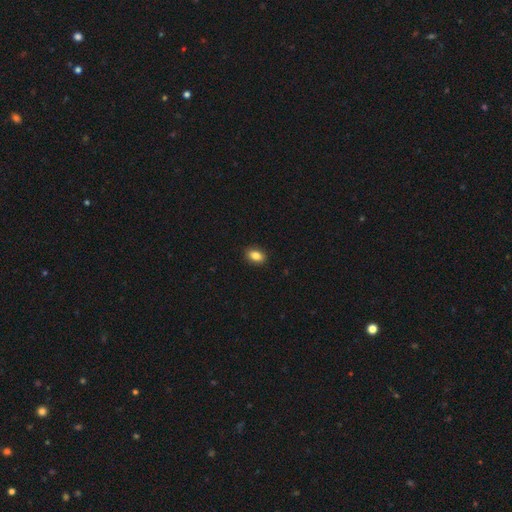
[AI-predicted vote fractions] A smooth galaxy with no disk features (86%) that is in between round and cigar-shaped (85%).

Vote fractions:
- Smooth or featured? smooth: 86% / star or artifact: 9% / featured or disk: 6%
- How rounded? in between: 85% / round: 14% / cigar-shaped: 2%
- Merging? none: 90% / minor disturbance: 8% / major disturbance: 2% / merger: 1%